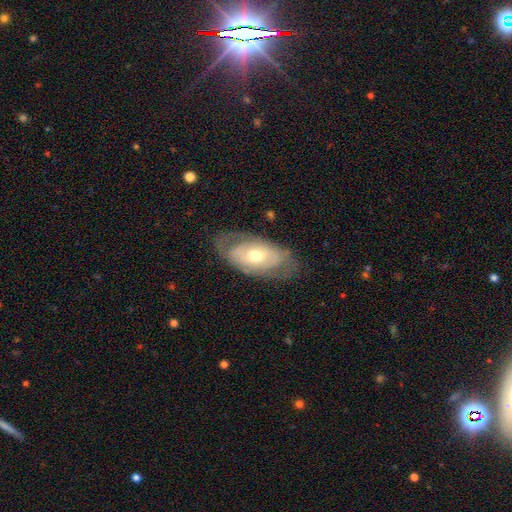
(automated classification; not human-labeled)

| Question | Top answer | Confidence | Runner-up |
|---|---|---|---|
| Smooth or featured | featured or disk | 58% | smooth (36%) |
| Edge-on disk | no | 88% | yes (12%) |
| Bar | no | 68% | weak (24%) |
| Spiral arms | no | 55% | yes (45%) |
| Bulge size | moderate | 66% | small (25%) |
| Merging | none | 70% | minor disturbance (20%) |